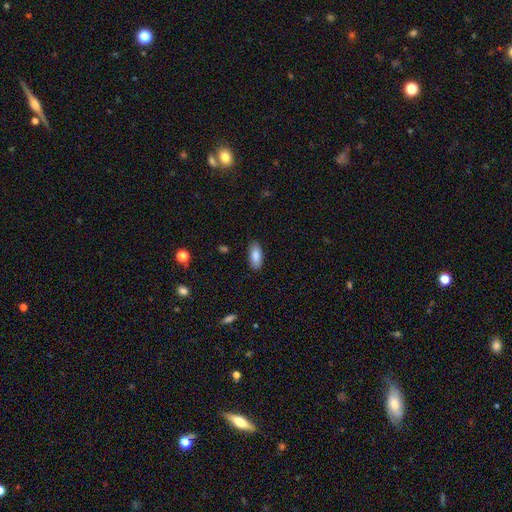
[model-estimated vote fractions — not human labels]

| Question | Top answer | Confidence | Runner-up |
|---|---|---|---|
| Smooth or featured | smooth | 87% | featured or disk (7%) |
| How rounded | in between | 87% | cigar-shaped (11%) |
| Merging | none | 87% | minor disturbance (10%) |